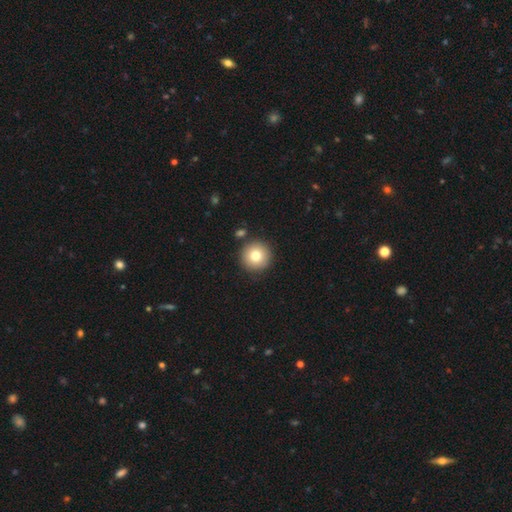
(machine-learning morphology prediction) Smooth or featured?
  - smooth: 77% *
  - featured or disk: 12%
  - star or artifact: 10%
How rounded?
  - round: 96% *
  - in between: 3%
  - cigar-shaped: 1%
Merging?
  - none: 86% *
  - minor disturbance: 7%
  - merger: 5%
  - major disturbance: 2%